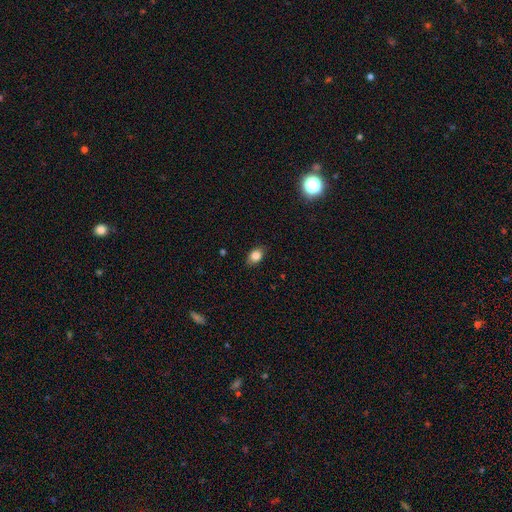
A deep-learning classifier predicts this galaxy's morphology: Smooth or featured? smooth (83%)
How rounded? in between (82%)
Merging? none (82%)